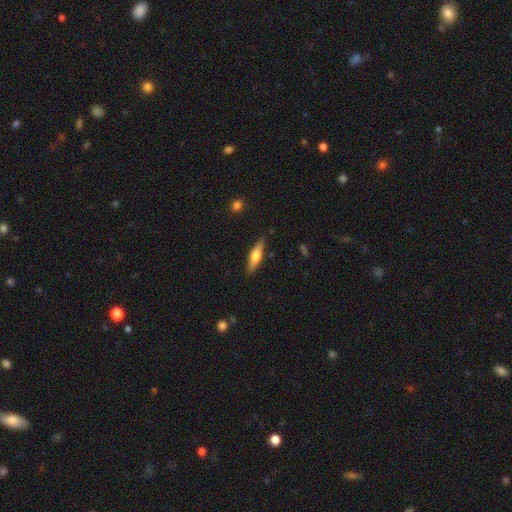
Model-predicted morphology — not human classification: type=featured or disk (50%); edge-on=yes (93%); merging=none (87%).